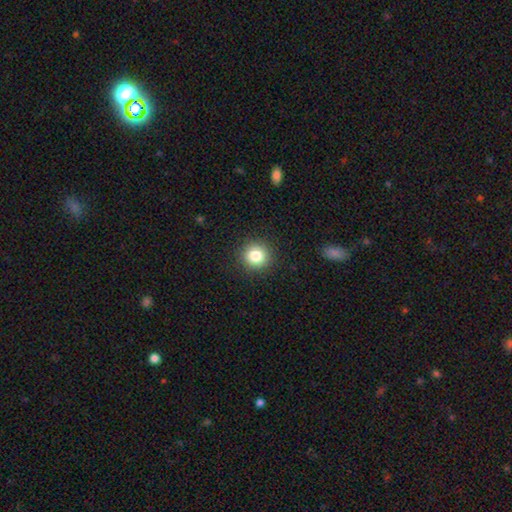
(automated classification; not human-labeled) The model was most divided on "smooth or featured": smooth: 83%, star or artifact: 11%, featured or disk: 6%. More confident: how rounded — round (94%); merging — none (91%).